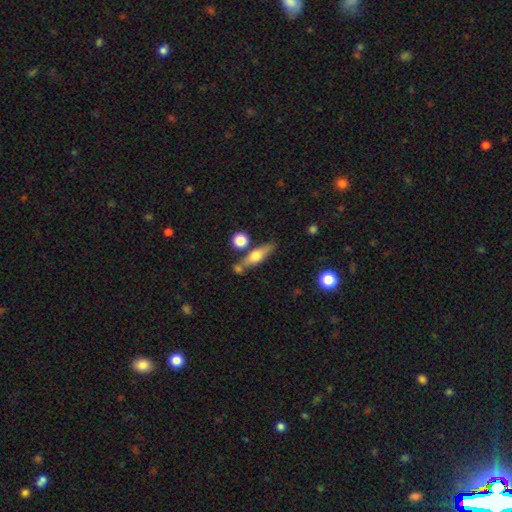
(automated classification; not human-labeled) smooth 53%, featured or disk 40%, star or artifact 7%. Down the decision tree: how rounded — cigar-shaped (52%); merging — none (66%).